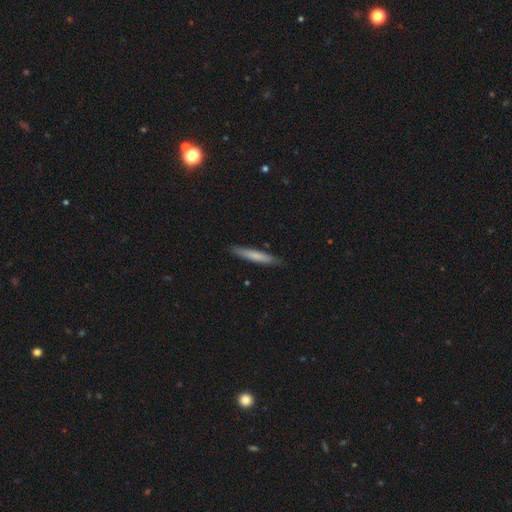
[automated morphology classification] Smooth or featured: smooth — 74% (featured or disk — 21%)
How rounded: cigar-shaped — 92% (in between — 6%)
Merging: none — 88% (minor disturbance — 9%)